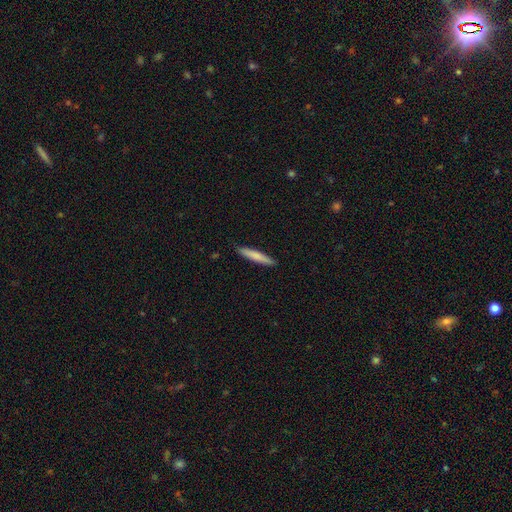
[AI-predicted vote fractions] Smooth or featured? Predicted: smooth (p=0.77). How rounded? Predicted: cigar-shaped (p=0.93). Merging? Predicted: none (p=0.90).